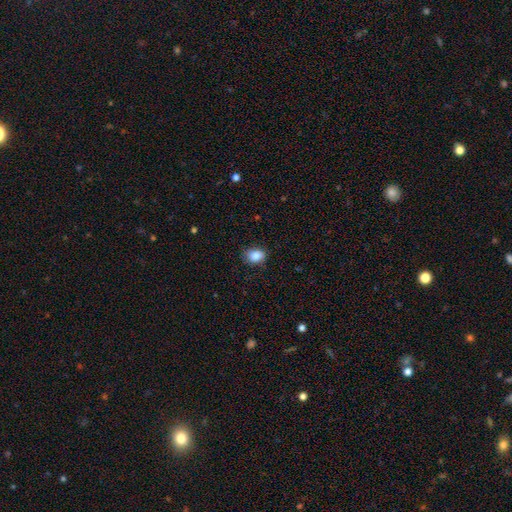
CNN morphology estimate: Smooth or featured? Predicted: smooth (p=0.86). How rounded? Predicted: in between (p=0.63). Merging? Predicted: none (p=0.78).